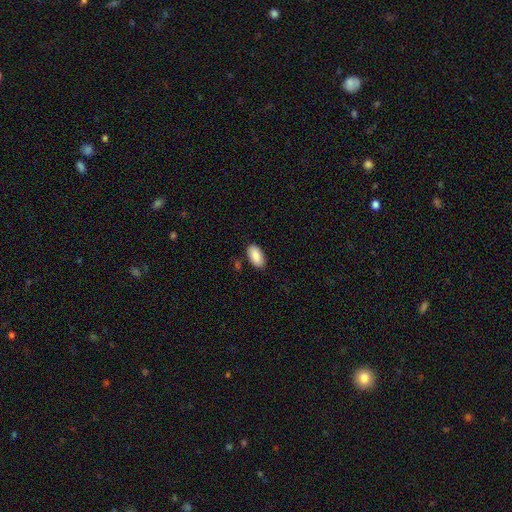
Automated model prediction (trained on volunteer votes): Overall: smooth (88%). How rounded: in between (94%). Merging: none (84%).